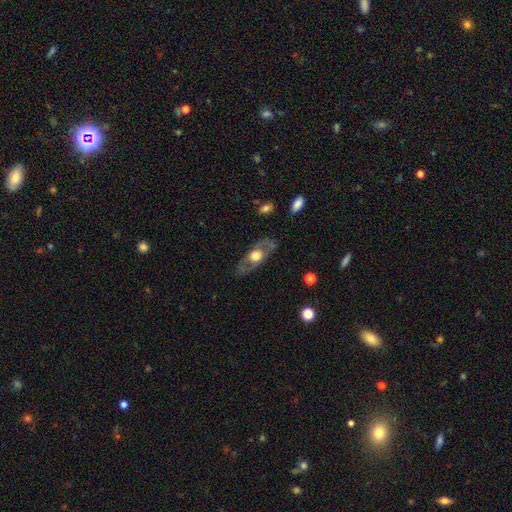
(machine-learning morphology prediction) Smooth or featured?
  - featured or disk: 56% *
  - smooth: 38%
  - star or artifact: 6%
Edge-on disk?
  - no: 71% *
  - yes: 29%
Merging?
  - none: 76% *
  - minor disturbance: 15%
  - major disturbance: 7%
  - merger: 2%